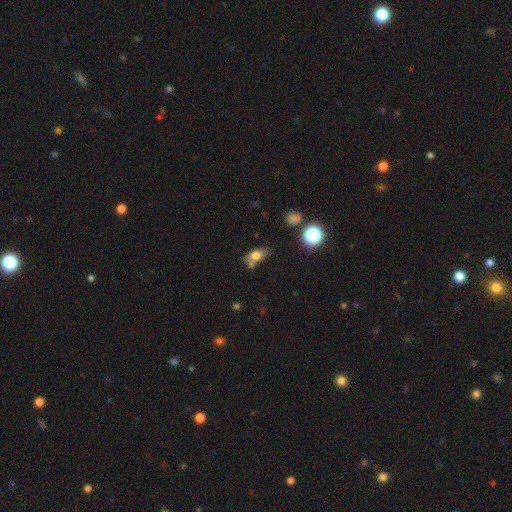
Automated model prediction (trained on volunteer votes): Q: Smooth or featured?
A: smooth (73%); runner-up: featured or disk (15%)
Q: How rounded?
A: in between (72%); runner-up: round (22%)
Q: Merging?
A: none (48%); runner-up: merger (26%)